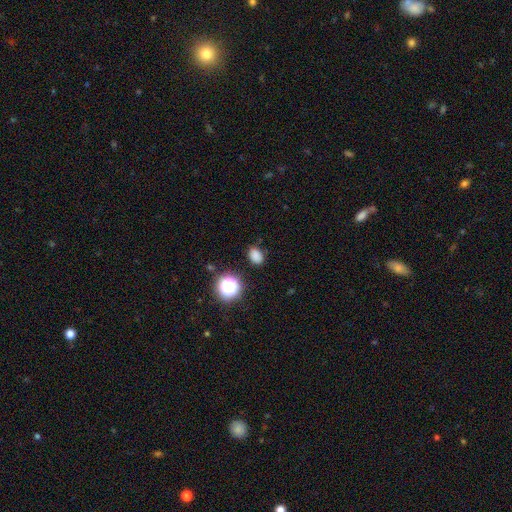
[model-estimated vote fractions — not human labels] A smooth galaxy with no disk features (79%) that is in between round and cigar-shaped (74%).

Vote fractions:
- Smooth or featured? smooth: 79% / star or artifact: 17% / featured or disk: 4%
- How rounded? in between: 74% / round: 25% / cigar-shaped: 1%
- Merging? none: 83% / minor disturbance: 12% / major disturbance: 3% / merger: 2%